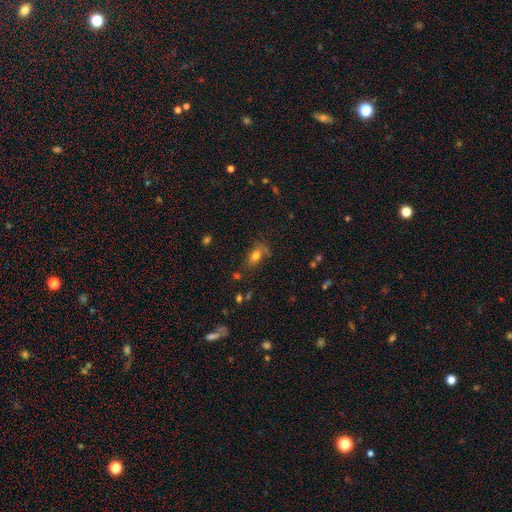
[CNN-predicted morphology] Smooth or featured?
  - smooth: 75% *
  - star or artifact: 13%
  - featured or disk: 11%
How rounded?
  - in between: 80% *
  - round: 16%
  - cigar-shaped: 5%
Merging?
  - none: 61% *
  - minor disturbance: 22%
  - major disturbance: 10%
  - merger: 6%